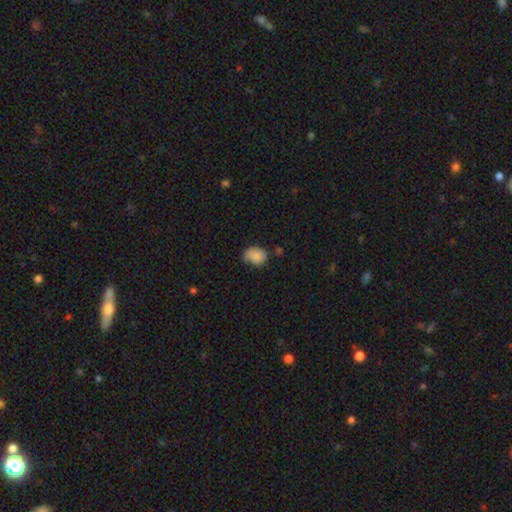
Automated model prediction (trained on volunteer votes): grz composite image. It shows a smooth galaxy with no disk features (86%) that is in between round and cigar-shaped (67%). Merging: none (54%).